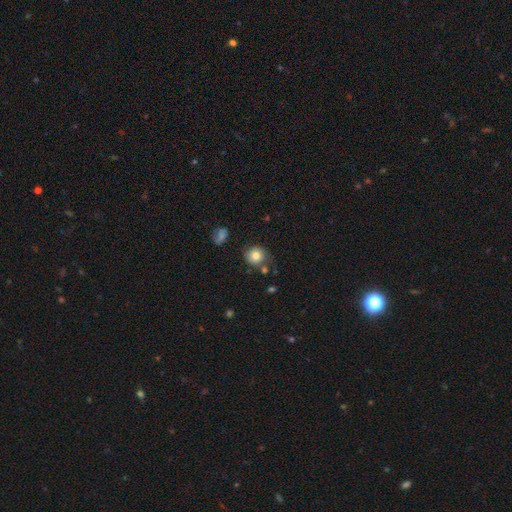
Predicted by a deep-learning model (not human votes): Smooth or featured?
  - smooth: 80% *
  - star or artifact: 10%
  - featured or disk: 9%
How rounded?
  - round: 87% *
  - in between: 12%
  - cigar-shaped: 1%
Merging?
  - none: 73% *
  - minor disturbance: 16%
  - merger: 7%
  - major disturbance: 4%